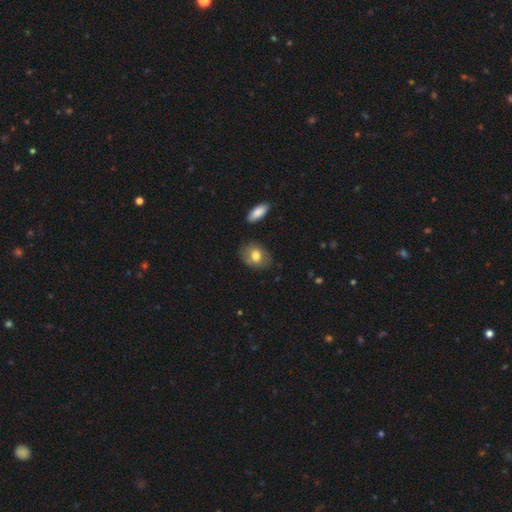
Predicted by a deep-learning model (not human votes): Smooth or featured? smooth (74%)
How rounded? in between (70%)
Merging? none (79%)